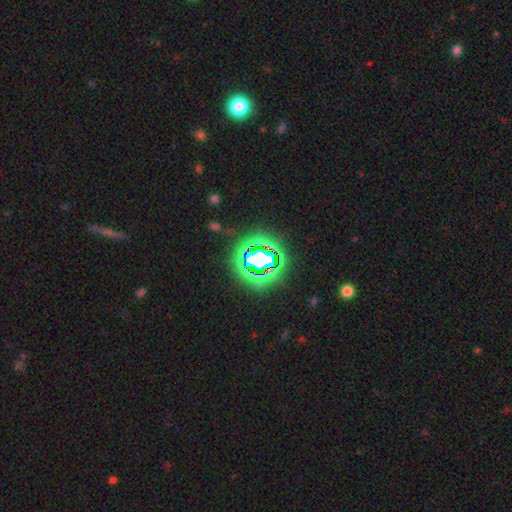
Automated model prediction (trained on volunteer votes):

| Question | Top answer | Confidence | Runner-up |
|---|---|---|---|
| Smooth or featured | star or artifact | 74% | smooth (16%) |